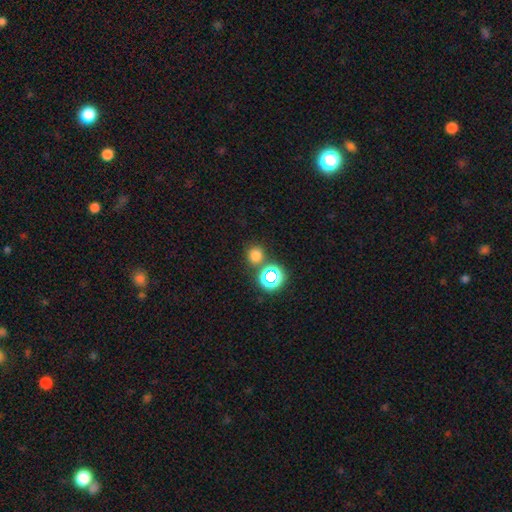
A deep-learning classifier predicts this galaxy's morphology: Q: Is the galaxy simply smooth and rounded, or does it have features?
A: smooth — 71%.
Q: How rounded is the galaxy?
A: round — 90%.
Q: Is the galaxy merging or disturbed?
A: none — 75%.